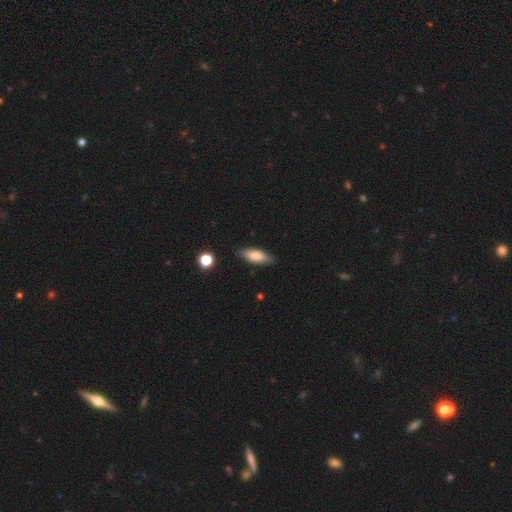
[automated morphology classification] Q: Smooth or featured?
A: smooth (76%); runner-up: featured or disk (17%)
Q: How rounded?
A: in between (64%); runner-up: cigar-shaped (33%)
Q: Merging?
A: none (84%); runner-up: minor disturbance (12%)